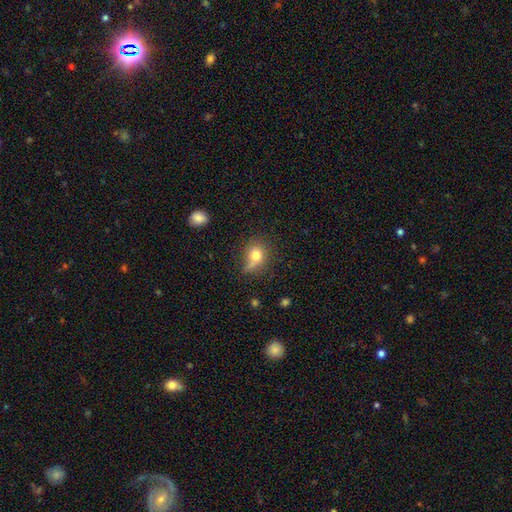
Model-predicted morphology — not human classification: Q: Smooth or featured?
A: smooth (76%); runner-up: featured or disk (13%)
Q: How rounded?
A: round (66%); runner-up: in between (33%)
Q: Merging?
A: none (49%); runner-up: minor disturbance (28%)